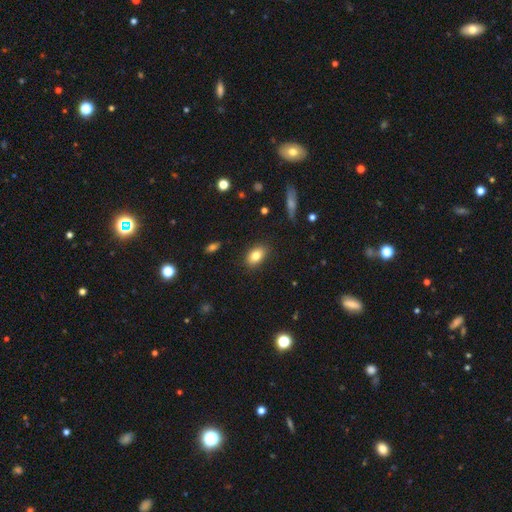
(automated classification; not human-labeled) This appears to be a smooth galaxy with no disk features (81%) that is in between round and cigar-shaped (86%). Merging: none (87%).